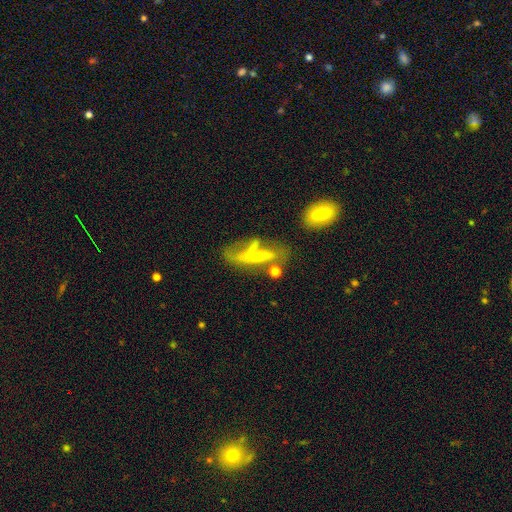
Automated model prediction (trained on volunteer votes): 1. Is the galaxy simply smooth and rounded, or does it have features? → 56% featured or disk, 32% smooth, 11% star or artifact.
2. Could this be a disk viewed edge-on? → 72% no, 28% yes.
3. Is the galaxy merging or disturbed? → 31% major disturbance, 29% none, 21% merger, 20% minor disturbance.